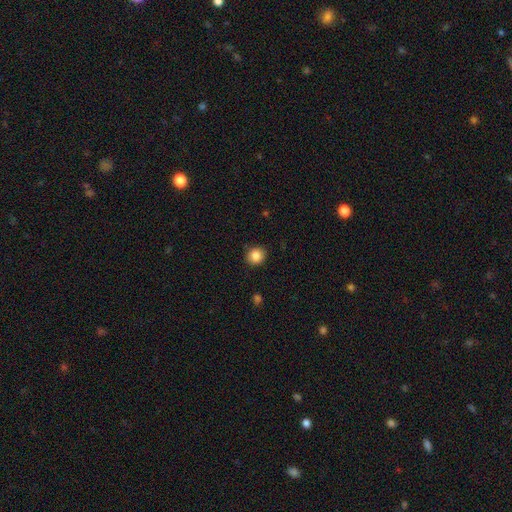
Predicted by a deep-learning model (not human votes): Smooth or featured: smooth — 85% (star or artifact — 10%)
How rounded: round — 87% (in between — 12%)
Merging: none — 88% (minor disturbance — 8%)